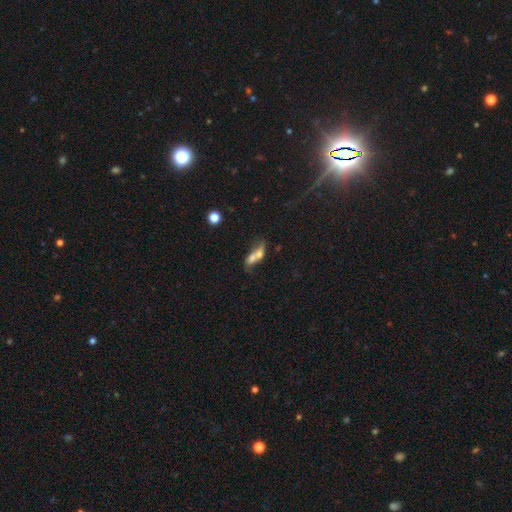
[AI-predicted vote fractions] smooth 58%, featured or disk 31%, star or artifact 11%. Down the decision tree: how rounded — in between (60%); merging — merger (66%).